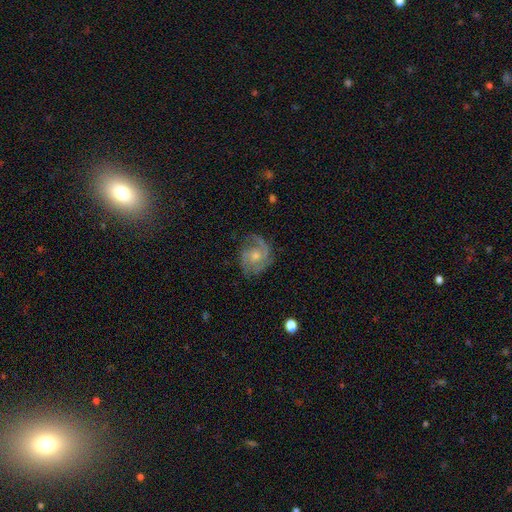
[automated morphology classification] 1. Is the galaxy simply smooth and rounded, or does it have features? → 82% featured or disk, 12% smooth, 6% star or artifact.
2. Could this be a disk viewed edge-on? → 98% no, 2% yes.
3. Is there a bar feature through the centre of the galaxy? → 72% no, 25% weak, 4% strong.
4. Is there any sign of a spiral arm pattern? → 95% yes, 5% no.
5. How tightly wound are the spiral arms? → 45% medium, 41% tight, 14% loose.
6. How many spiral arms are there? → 54% 2, 20% 3, 12% can't tell, 7% 1, 4% 4, 3% more than 4.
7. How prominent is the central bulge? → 49% small, 44% moderate, 3% none, 2% large, 1% dominant.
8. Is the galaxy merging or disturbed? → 71% none, 19% minor disturbance, 9% major disturbance, 1% merger.